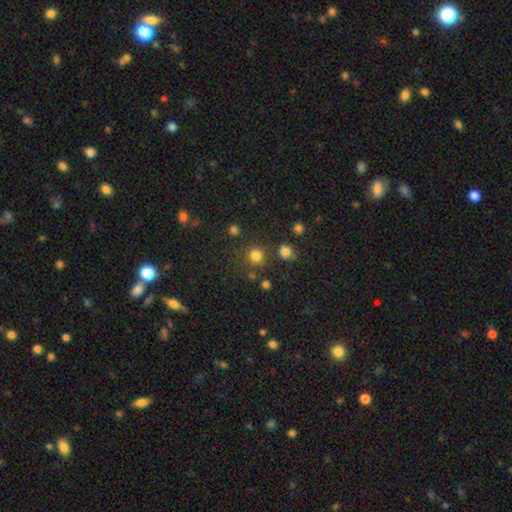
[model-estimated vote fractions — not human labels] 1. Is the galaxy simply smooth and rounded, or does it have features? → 79% smooth, 16% star or artifact, 5% featured or disk.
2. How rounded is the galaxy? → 93% round, 6% in between, 1% cigar-shaped.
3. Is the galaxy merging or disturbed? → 81% none, 8% minor disturbance, 7% merger, 4% major disturbance.